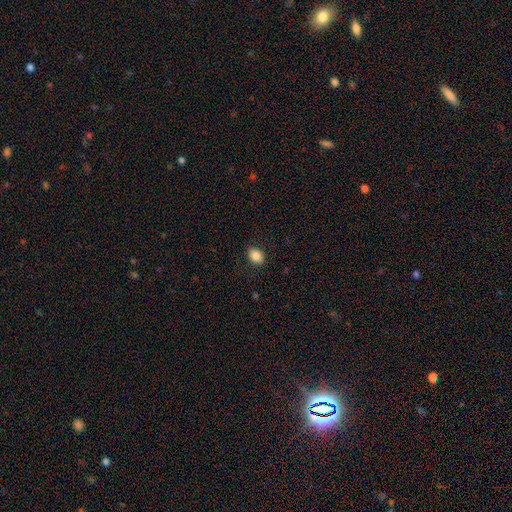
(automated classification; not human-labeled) Smooth or featured: smooth — 86% (star or artifact — 9%)
How rounded: in between — 62% (round — 37%)
Merging: none — 88% (minor disturbance — 9%)